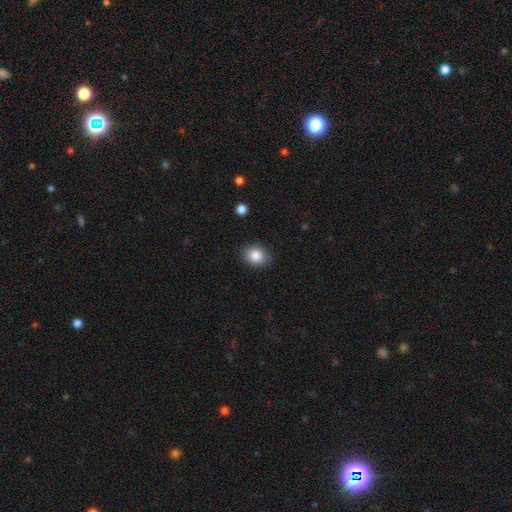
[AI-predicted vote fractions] Smooth or featured: smooth — 85% (star or artifact — 9%)
How rounded: in between — 51% (round — 48%)
Merging: none — 86% (minor disturbance — 11%)